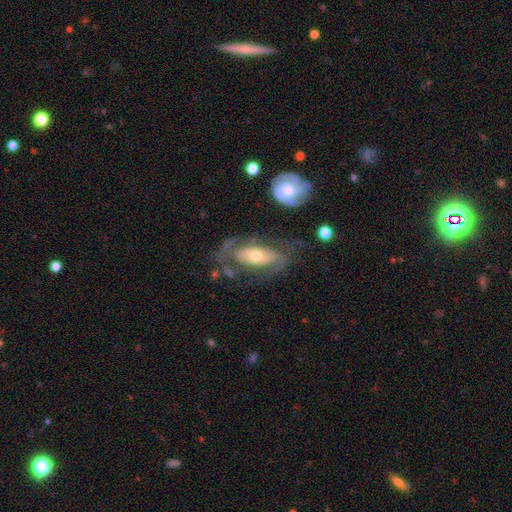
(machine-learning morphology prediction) This is likely a featured or disk galaxy (69%). It is clearly not viewed edge-on (88%). Bar: likely no (68%). Spiral arm pattern: likely yes (73%). Central bulge: possibly moderate (55%). Merging: possibly none (51%).